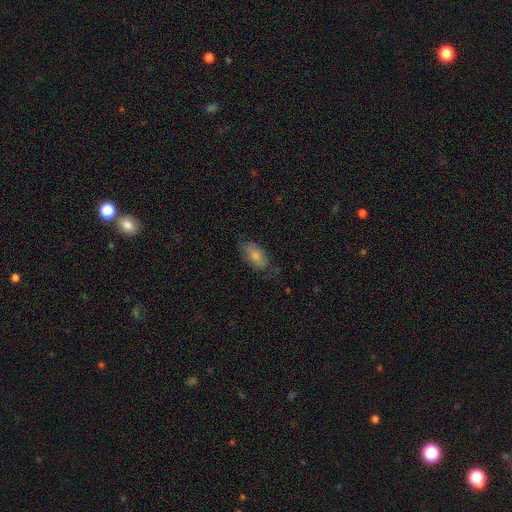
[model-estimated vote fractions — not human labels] This is clearly a smooth galaxy (80%). How rounded: clearly in between (91%). Merging: likely none (72%).